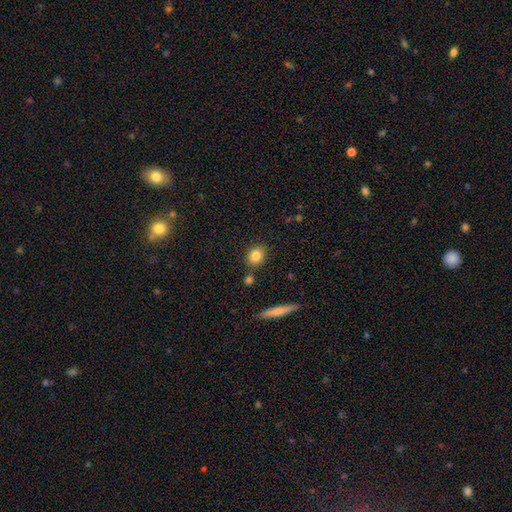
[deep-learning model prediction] Morphology: type=smooth (83%); roundness=round (63%); merging=none (80%).